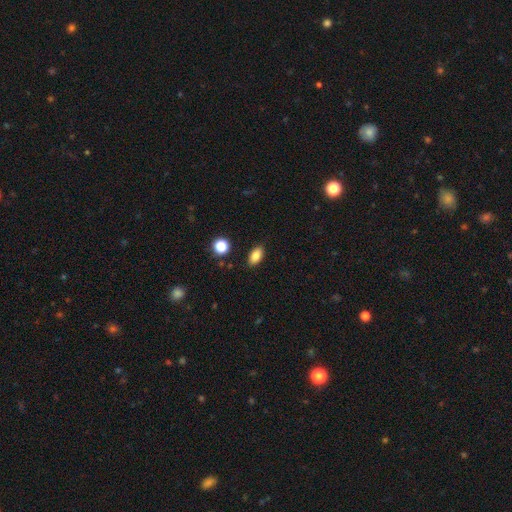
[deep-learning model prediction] A smooth galaxy with no disk features (84%) that is in between round and cigar-shaped (88%).

Vote fractions:
- Smooth or featured? smooth: 84% / star or artifact: 9% / featured or disk: 7%
- How rounded? in between: 88% / round: 7% / cigar-shaped: 5%
- Merging? none: 87% / minor disturbance: 9% / major disturbance: 2% / merger: 2%